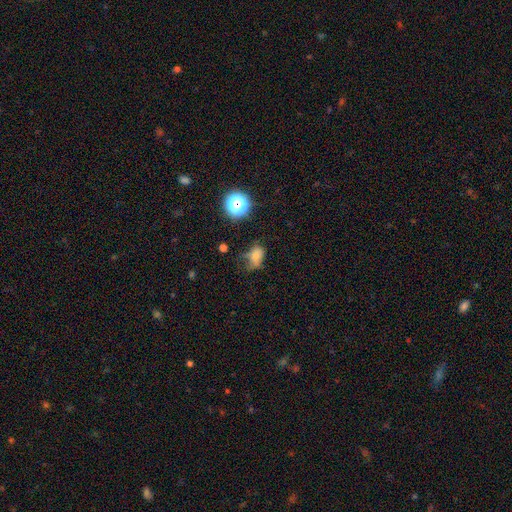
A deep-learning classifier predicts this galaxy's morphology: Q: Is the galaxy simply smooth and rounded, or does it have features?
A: smooth — 66%.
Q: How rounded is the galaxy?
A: in between — 73%.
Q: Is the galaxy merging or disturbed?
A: none — 33%.